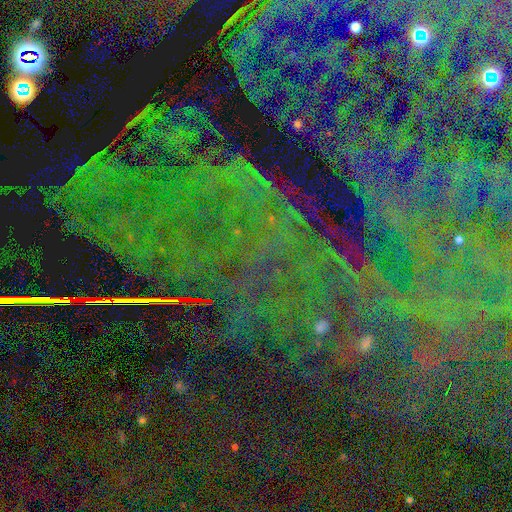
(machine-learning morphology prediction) A star or artifact, not a galaxy (85%).